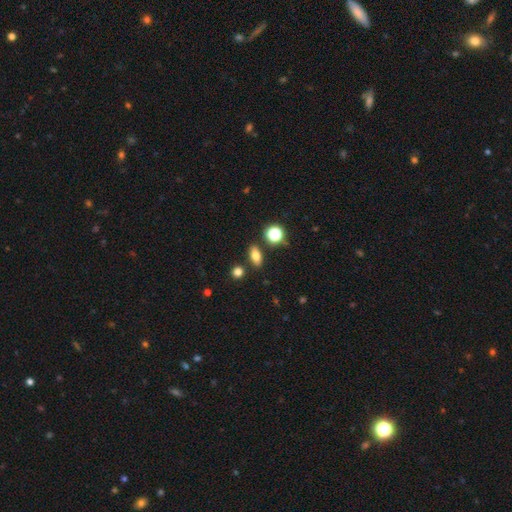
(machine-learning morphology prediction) Smooth or featured: smooth — 72% (featured or disk — 15%)
How rounded: in between — 74% (round — 13%)
Merging: none — 84% (minor disturbance — 9%)